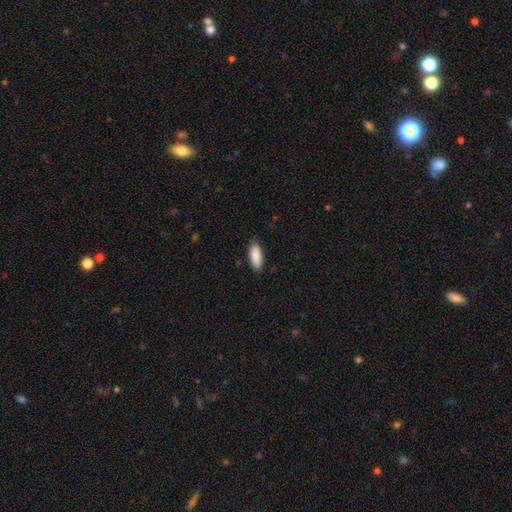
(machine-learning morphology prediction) Q: Smooth or featured?
A: smooth (90%); runner-up: star or artifact (6%)
Q: How rounded?
A: in between (82%); runner-up: cigar-shaped (16%)
Q: Merging?
A: none (86%); runner-up: minor disturbance (11%)